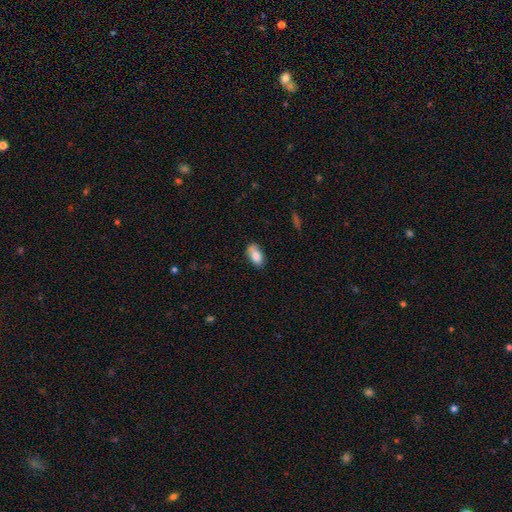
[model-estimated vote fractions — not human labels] Overall: smooth (82%). How rounded: in between (92%). Merging: none (66%).